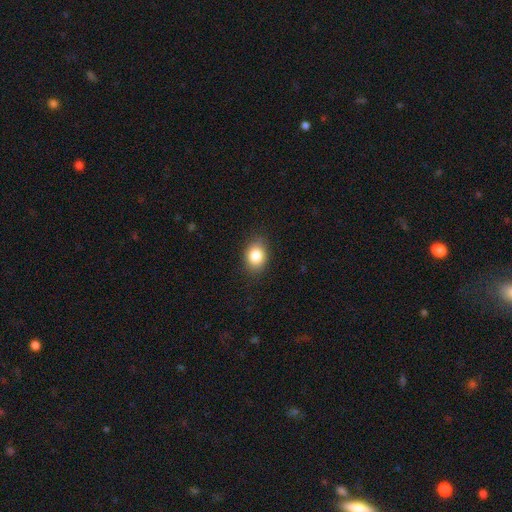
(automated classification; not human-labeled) Q: Smooth or featured?
A: smooth (84%); runner-up: star or artifact (9%)
Q: How rounded?
A: in between (62%); runner-up: round (36%)
Q: Merging?
A: none (85%); runner-up: minor disturbance (12%)